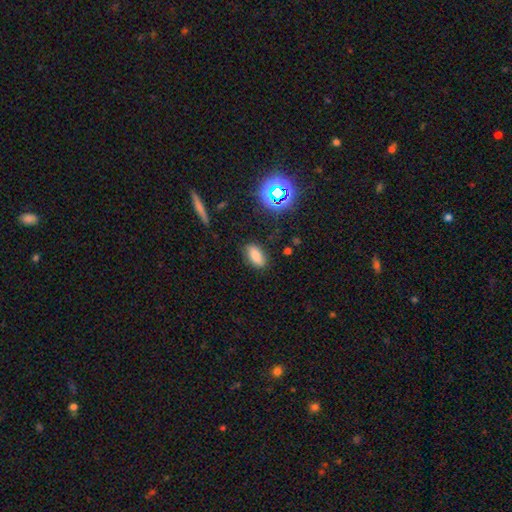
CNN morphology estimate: Smooth or featured? Predicted: smooth (p=0.78). How rounded? Predicted: in between (p=0.88). Merging? Predicted: none (p=0.83).